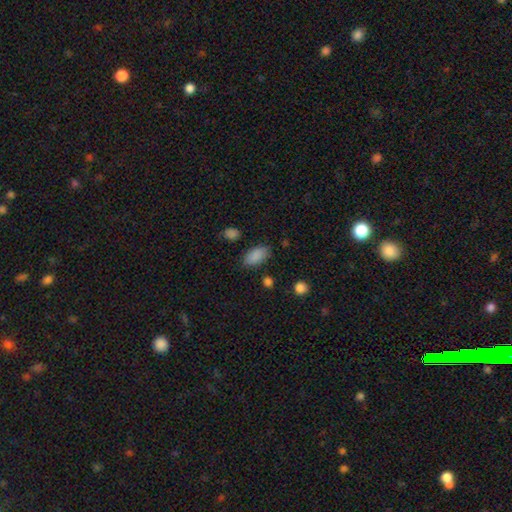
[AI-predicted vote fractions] Smooth or featured?
  - smooth: 86% *
  - star or artifact: 9%
  - featured or disk: 5%
How rounded?
  - in between: 92% *
  - round: 5%
  - cigar-shaped: 2%
Merging?
  - none: 79% *
  - minor disturbance: 15%
  - major disturbance: 4%
  - merger: 3%